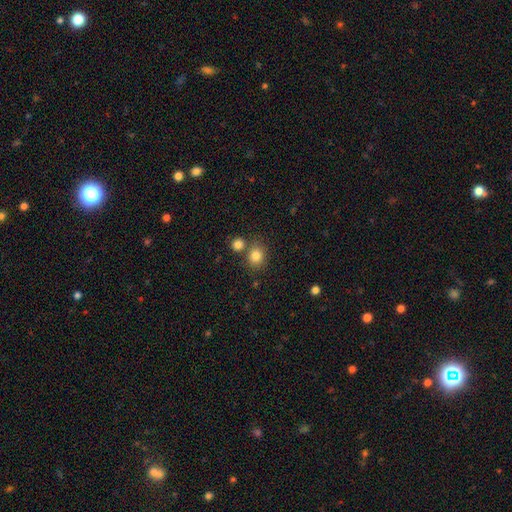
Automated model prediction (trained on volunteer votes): This appears to be a smooth galaxy with no disk features (83%) that is round (70%). Merging: none (67%).